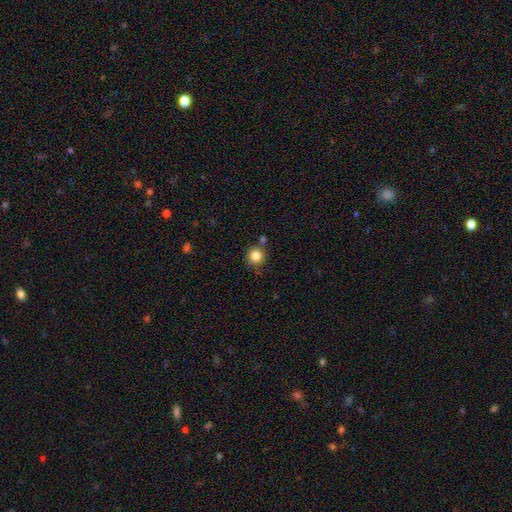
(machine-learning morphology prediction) smooth 83%, star or artifact 11%, featured or disk 6%. Down the decision tree: how rounded — round (90%); merging — none (78%).